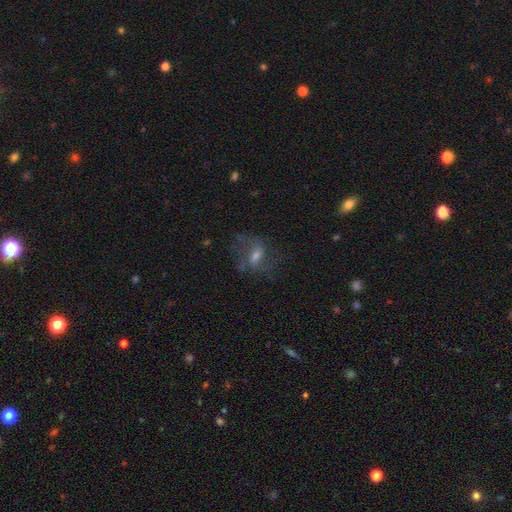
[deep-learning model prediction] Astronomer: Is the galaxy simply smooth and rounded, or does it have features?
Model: featured or disk — 56%.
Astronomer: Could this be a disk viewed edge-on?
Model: no — 93%.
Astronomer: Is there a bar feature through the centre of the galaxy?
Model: weak — 48% (runner-up: no, 34%).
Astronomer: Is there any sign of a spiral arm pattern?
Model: yes — 72%.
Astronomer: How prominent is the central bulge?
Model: moderate — 48% (runner-up: small, 32%).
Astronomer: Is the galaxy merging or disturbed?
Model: none — 56%.